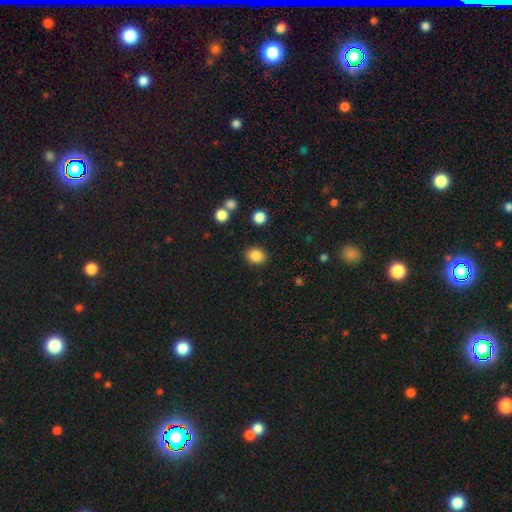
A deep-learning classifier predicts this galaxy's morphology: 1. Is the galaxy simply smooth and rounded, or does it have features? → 85% smooth, 10% star or artifact, 5% featured or disk.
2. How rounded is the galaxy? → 56% round, 44% in between, 1% cigar-shaped.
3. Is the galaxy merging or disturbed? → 88% none, 7% minor disturbance, 2% major disturbance, 2% merger.